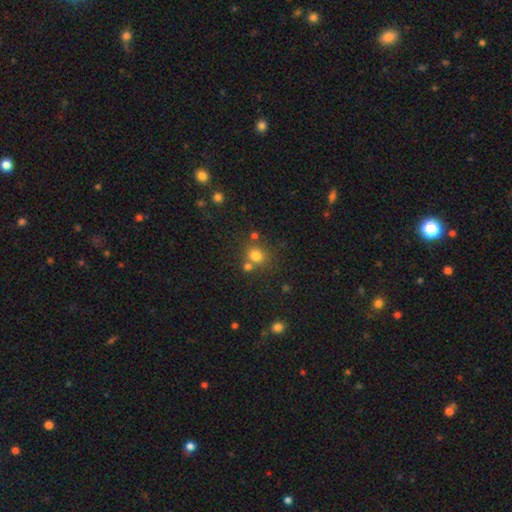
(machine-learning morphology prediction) The model was most divided on "merging": none: 66%, merger: 20%, minor disturbance: 10%, major disturbance: 4%. More confident: how rounded — round (80%); smooth or featured — smooth (76%).